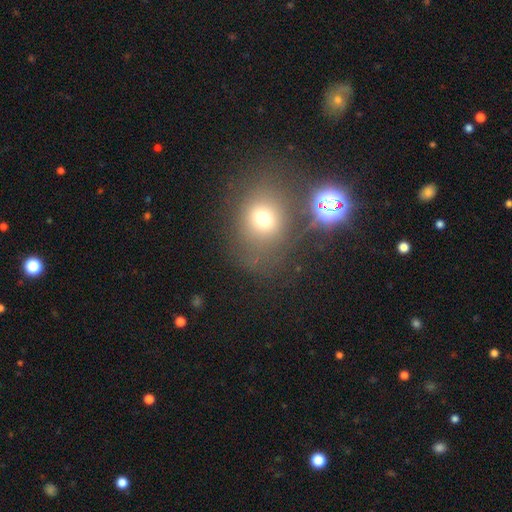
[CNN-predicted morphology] This is possibly a smooth galaxy (55%). How rounded: likely round (62%). Merging: likely none (71%).